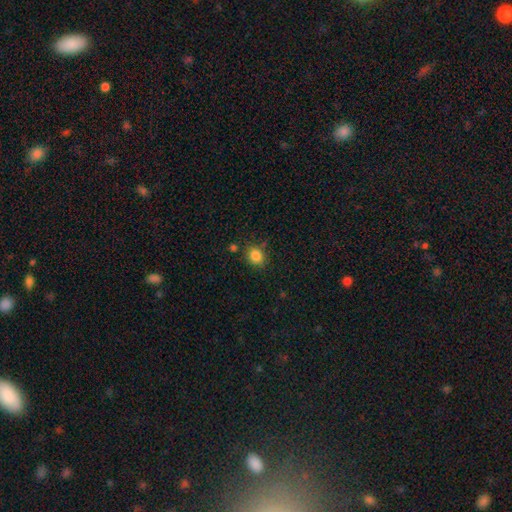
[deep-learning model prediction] Smooth or featured? Predicted: smooth (p=0.85). How rounded? Predicted: round (p=0.71). Merging? Predicted: none (p=0.79).